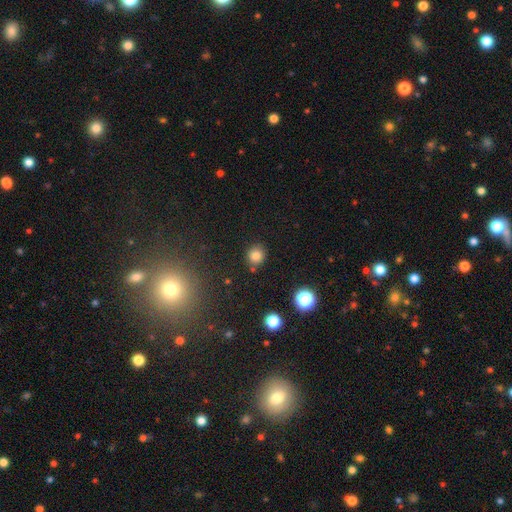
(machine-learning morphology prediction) Overall: smooth (81%). How rounded: round (86%). Merging: none (84%).